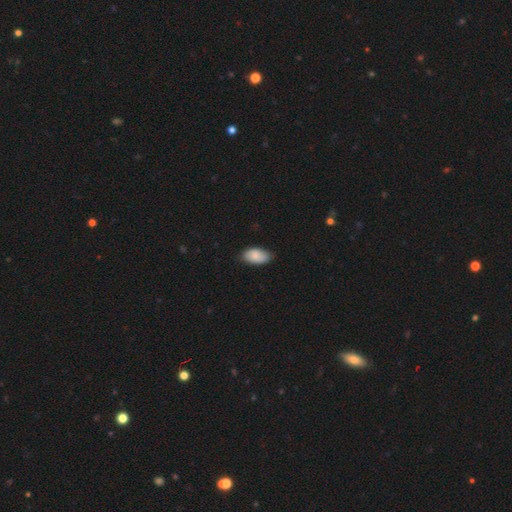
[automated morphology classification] Q: Smooth or featured?
A: smooth (85%); runner-up: featured or disk (9%)
Q: How rounded?
A: in between (95%); runner-up: round (3%)
Q: Merging?
A: none (76%); runner-up: minor disturbance (20%)